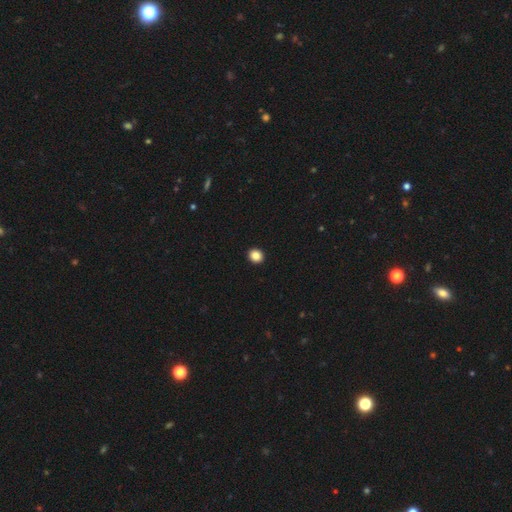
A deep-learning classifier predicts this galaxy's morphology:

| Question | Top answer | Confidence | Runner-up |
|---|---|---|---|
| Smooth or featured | smooth | 87% | star or artifact (10%) |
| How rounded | round | 79% | in between (20%) |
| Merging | none | 94% | minor disturbance (4%) |